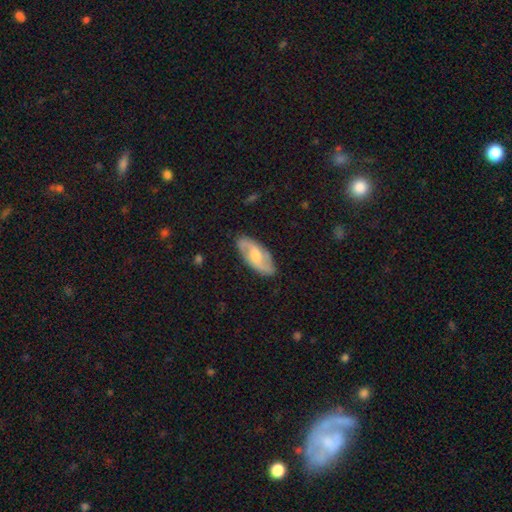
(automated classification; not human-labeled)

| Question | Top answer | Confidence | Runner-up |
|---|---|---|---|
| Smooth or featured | featured or disk | 65% | smooth (29%) |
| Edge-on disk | no | 92% | yes (8%) |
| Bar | weak | 49% | no (38%) |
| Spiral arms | yes | 87% | no (13%) |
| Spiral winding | medium | 45% | loose (35%) |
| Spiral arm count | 2 | 87% | can't tell (8%) |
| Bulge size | moderate | 60% | small (23%) |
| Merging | none | 84% | minor disturbance (12%) |